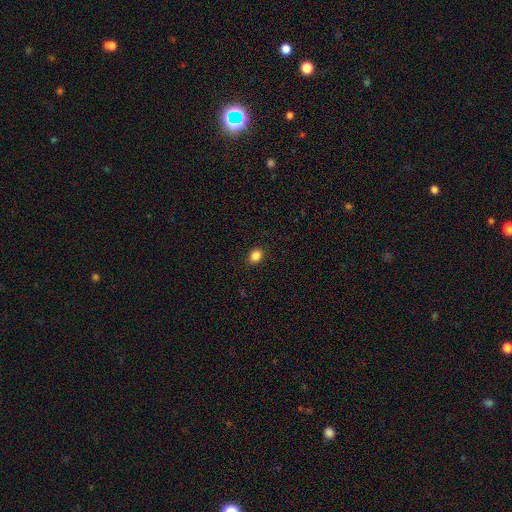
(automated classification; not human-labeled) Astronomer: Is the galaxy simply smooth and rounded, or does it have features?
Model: smooth — 85%.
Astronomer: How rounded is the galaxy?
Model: in between — 53% (runner-up: round, 46%).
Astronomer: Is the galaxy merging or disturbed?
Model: none — 90%.